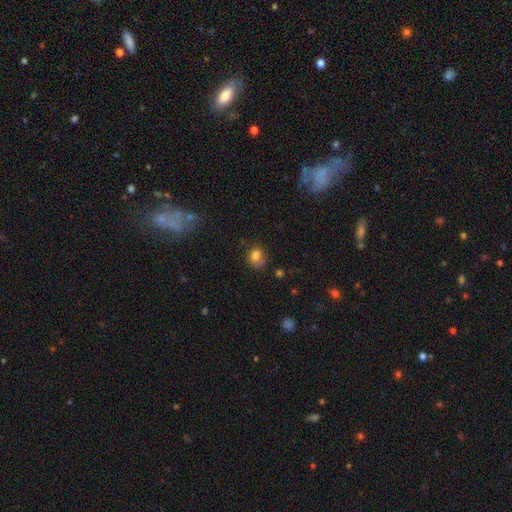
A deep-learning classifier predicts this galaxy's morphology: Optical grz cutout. It shows a smooth galaxy with no disk features (79%) that is round (61%). Merging: none (57%).